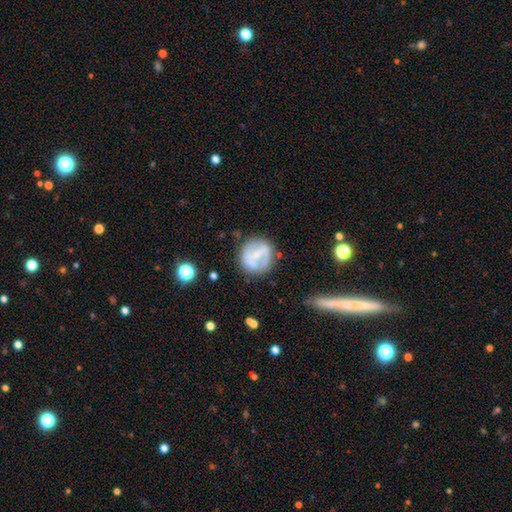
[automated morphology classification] This is possibly a featured or disk galaxy (57%). It is clearly not viewed edge-on (96%). Bar: marginally strong (40%). Spiral arm pattern: possibly yes (52%). Central bulge: marginally small (42%). Merging: likely none (72%).